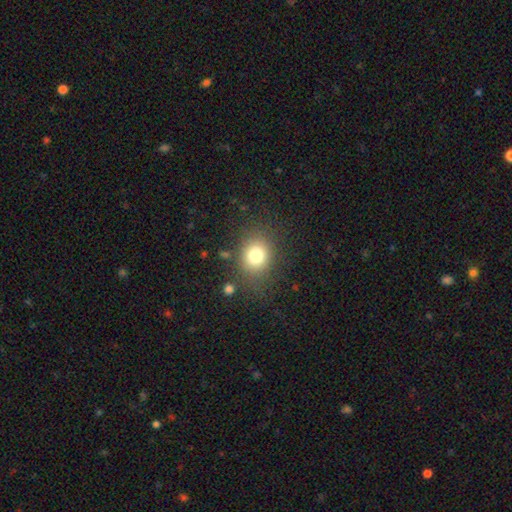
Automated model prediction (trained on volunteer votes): Overall: smooth (77%). How rounded: round (62%; in between 37%). Merging: none (78%).